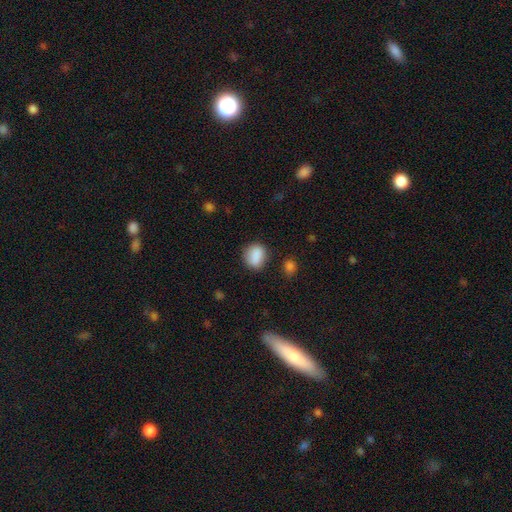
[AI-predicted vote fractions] smooth 86%, star or artifact 8%, featured or disk 6%. Down the decision tree: how rounded — round (51%); merging — none (77%).